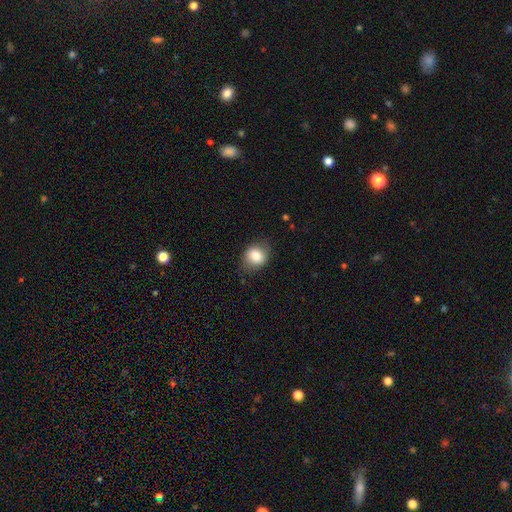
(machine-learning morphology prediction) Q: Smooth or featured?
A: smooth (81%); runner-up: featured or disk (10%)
Q: How rounded?
A: round (57%); runner-up: in between (42%)
Q: Merging?
A: none (76%); runner-up: minor disturbance (18%)